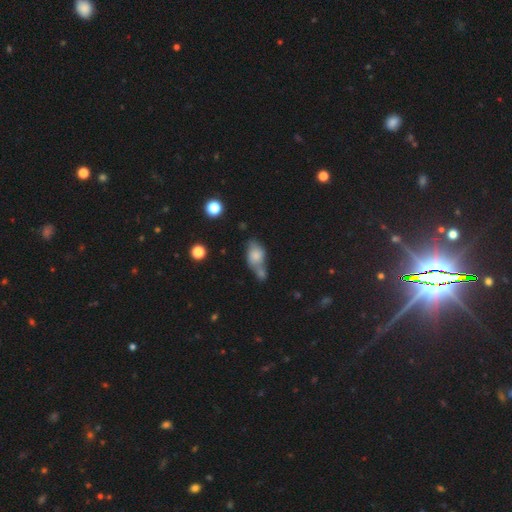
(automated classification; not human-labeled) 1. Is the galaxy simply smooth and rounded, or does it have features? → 73% smooth, 18% featured or disk, 10% star or artifact.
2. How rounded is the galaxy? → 76% in between, 21% round, 4% cigar-shaped.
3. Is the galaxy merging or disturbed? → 46% merger, 28% none, 17% minor disturbance, 9% major disturbance.